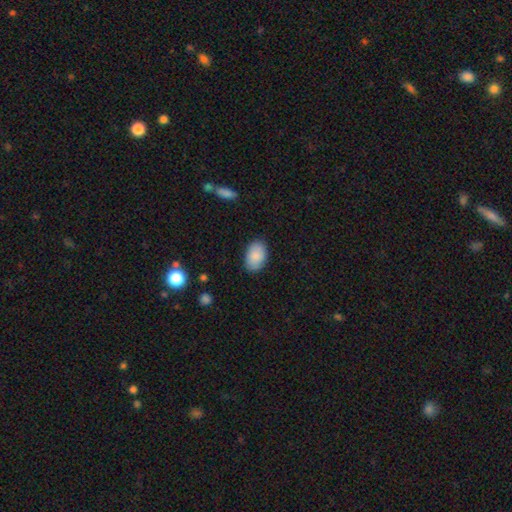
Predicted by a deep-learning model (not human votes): Q: Smooth or featured?
A: smooth (88%); runner-up: star or artifact (6%)
Q: How rounded?
A: in between (91%); runner-up: round (8%)
Q: Merging?
A: none (86%); runner-up: minor disturbance (10%)